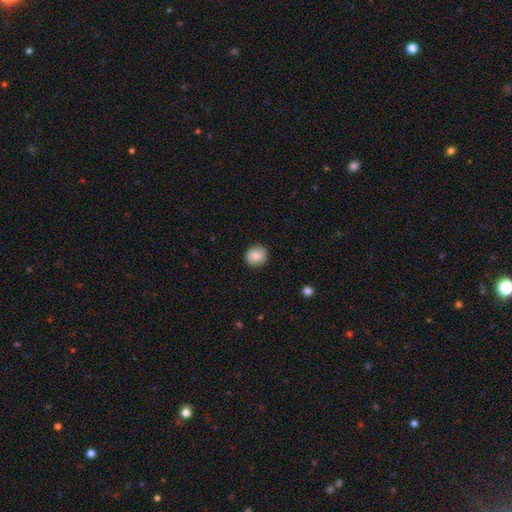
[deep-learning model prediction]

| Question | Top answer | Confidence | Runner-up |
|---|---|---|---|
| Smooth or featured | smooth | 85% | featured or disk (8%) |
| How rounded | round | 89% | in between (10%) |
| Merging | none | 89% | minor disturbance (8%) |